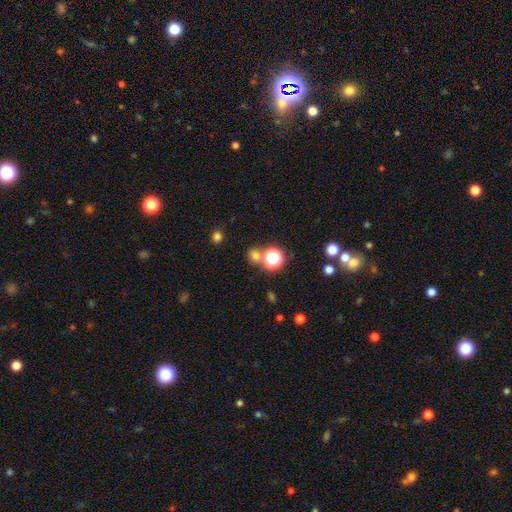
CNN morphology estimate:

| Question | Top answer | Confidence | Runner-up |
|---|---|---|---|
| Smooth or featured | smooth | 66% | star or artifact (28%) |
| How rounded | round | 83% | in between (16%) |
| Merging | none | 68% | merger (20%) |